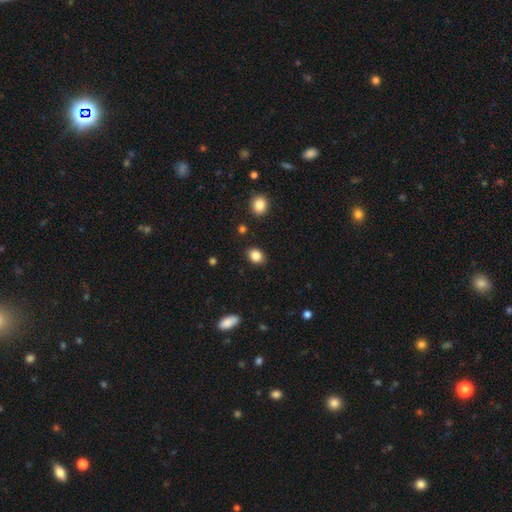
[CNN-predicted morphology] A smooth galaxy with no disk features (86%) that is in between round and cigar-shaped (66%).

Vote fractions:
- Smooth or featured? smooth: 86% / star or artifact: 9% / featured or disk: 5%
- How rounded? in between: 66% / round: 33% / cigar-shaped: 1%
- Merging? none: 87% / minor disturbance: 9% / major disturbance: 2% / merger: 2%